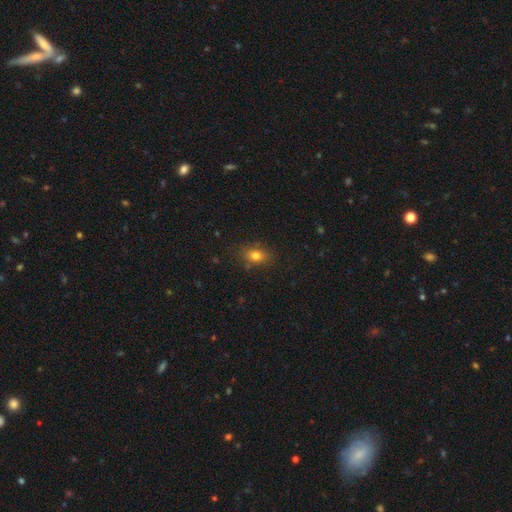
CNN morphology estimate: type=smooth (79%); roundness=in between (72%); merging=none (82%).